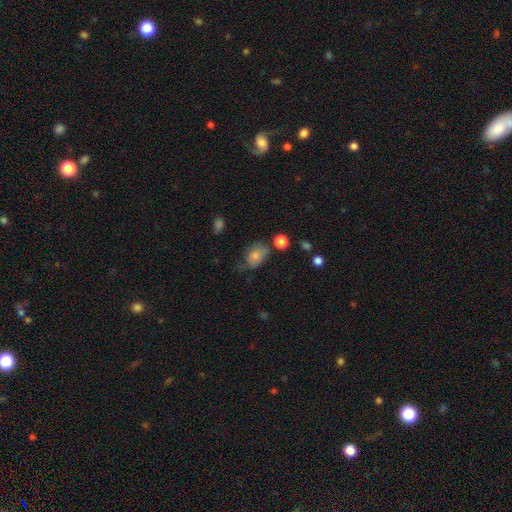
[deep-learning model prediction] A smooth galaxy with no disk features (79%) that is in between round and cigar-shaped (77%).

Vote fractions:
- Smooth or featured? smooth: 79% / featured or disk: 12% / star or artifact: 9%
- How rounded? in between: 77% / round: 21% / cigar-shaped: 1%
- Merging? none: 49% / minor disturbance: 33% / major disturbance: 13% / merger: 5%